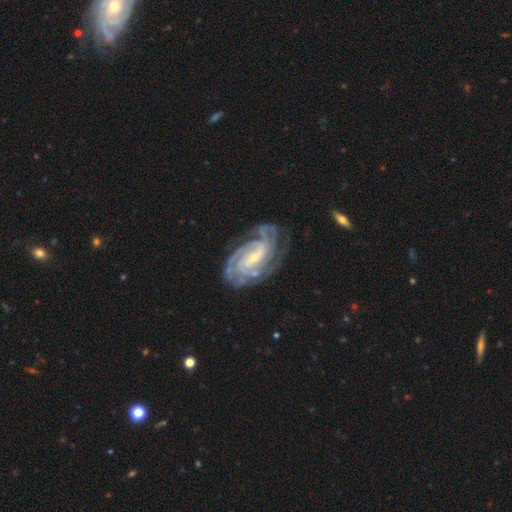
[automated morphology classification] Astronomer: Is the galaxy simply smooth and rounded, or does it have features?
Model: featured or disk — 87%.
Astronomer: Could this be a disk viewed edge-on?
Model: no — 96%.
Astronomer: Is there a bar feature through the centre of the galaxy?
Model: weak — 43% (runner-up: no, 29%).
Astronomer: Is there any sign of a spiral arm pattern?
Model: yes — 98%.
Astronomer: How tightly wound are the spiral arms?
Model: tight — 69%.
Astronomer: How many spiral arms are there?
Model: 3 — 25% (runner-up: 2, 24%).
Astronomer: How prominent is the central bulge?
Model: small — 64%.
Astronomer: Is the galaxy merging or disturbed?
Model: none — 76%.